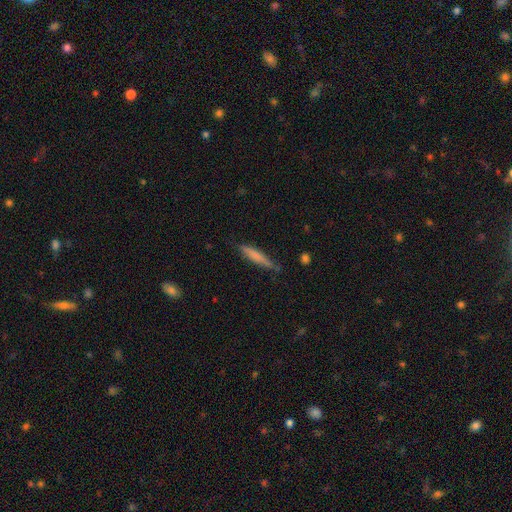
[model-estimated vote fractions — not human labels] smooth_or_featured: smooth (p=0.66) [alt: featured or disk p=0.28]
how_rounded: cigar-shaped (p=0.90) [alt: in between p=0.08]
merging: none (p=0.77) [alt: minor disturbance p=0.18]